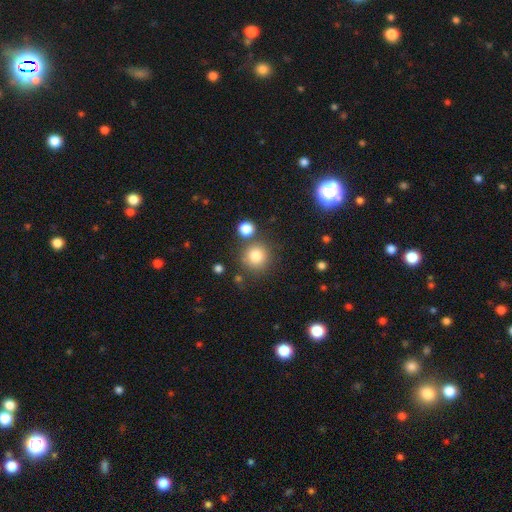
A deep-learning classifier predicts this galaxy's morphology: type=smooth (82%); roundness=round (92%); merging=none (75%).